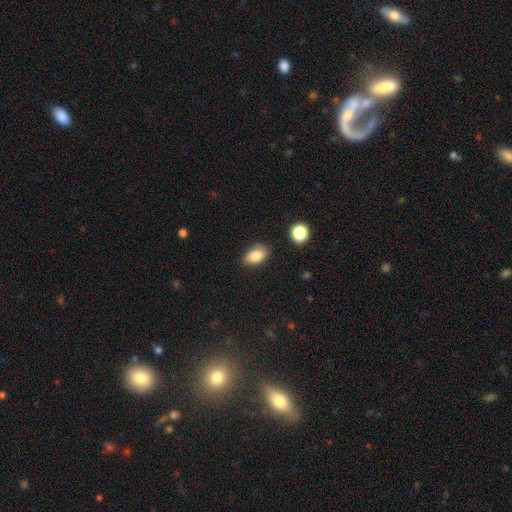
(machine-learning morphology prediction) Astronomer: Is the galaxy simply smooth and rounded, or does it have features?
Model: smooth — 83%.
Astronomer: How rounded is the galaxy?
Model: in between — 88%.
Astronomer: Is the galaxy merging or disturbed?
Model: none — 76%.